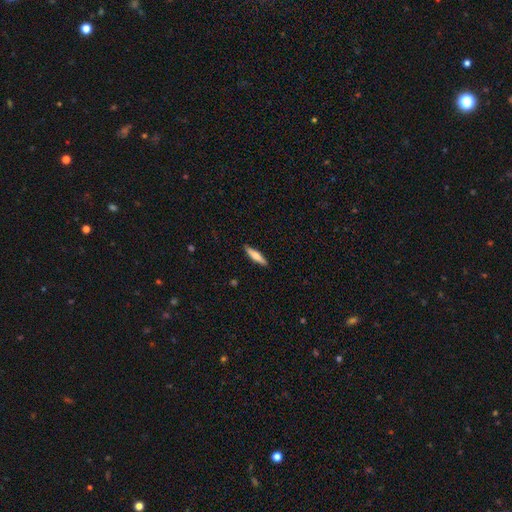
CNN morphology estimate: smooth_or_featured: smooth (p=0.70) [alt: featured or disk p=0.25]
how_rounded: cigar-shaped (p=0.80) [alt: in between p=0.19]
merging: none (p=0.90) [alt: minor disturbance p=0.08]